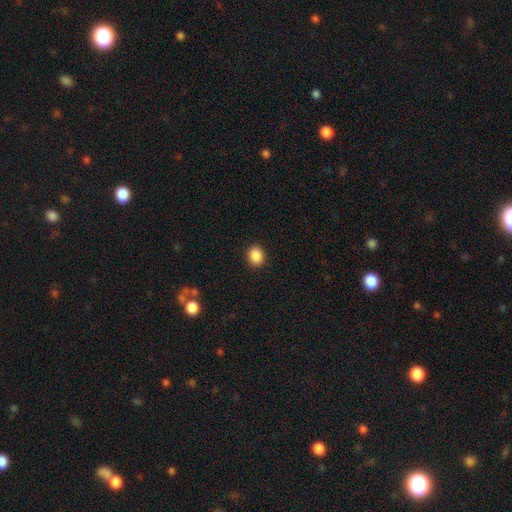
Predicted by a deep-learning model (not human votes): The model was most divided on "how rounded": round: 64%, in between: 36%, cigar-shaped: 1%. More confident: merging — none (91%); smooth or featured — smooth (88%).